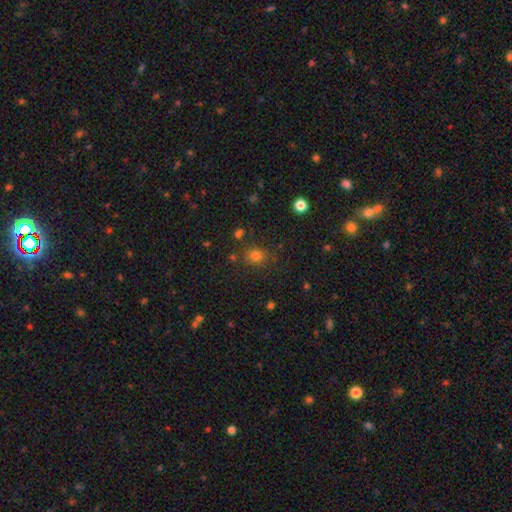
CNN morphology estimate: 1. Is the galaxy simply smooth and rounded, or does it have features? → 75% smooth, 18% star or artifact, 7% featured or disk.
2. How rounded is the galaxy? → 72% round, 27% in between, 1% cigar-shaped.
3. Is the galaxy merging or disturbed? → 79% none, 12% minor disturbance, 5% merger, 4% major disturbance.